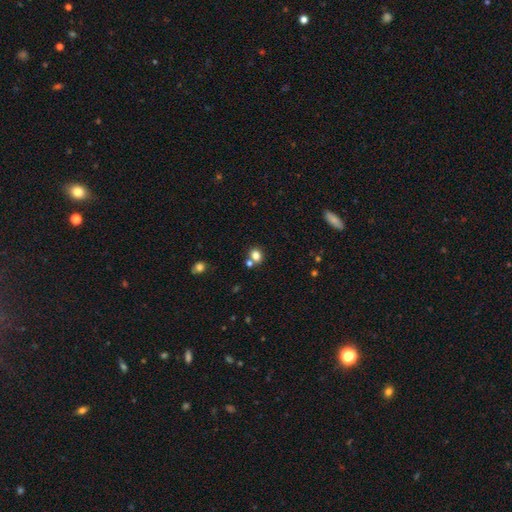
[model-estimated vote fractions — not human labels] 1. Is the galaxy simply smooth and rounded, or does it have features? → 81% smooth, 13% star or artifact, 7% featured or disk.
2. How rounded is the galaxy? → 57% round, 42% in between, 1% cigar-shaped.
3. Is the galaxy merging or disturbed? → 63% none, 24% merger, 10% minor disturbance, 3% major disturbance.